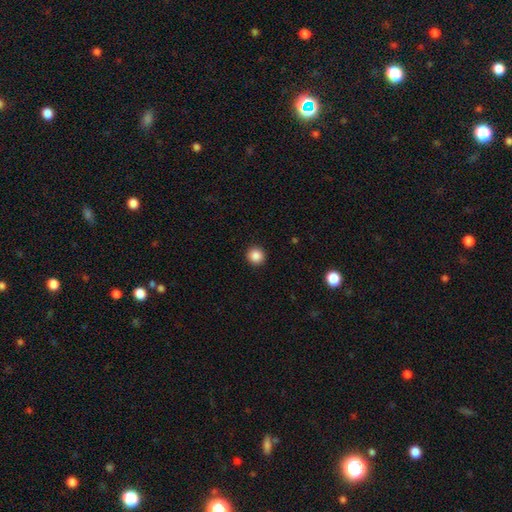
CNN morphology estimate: This is clearly a smooth galaxy (87%). How rounded: clearly round (95%). Merging: clearly none (93%).